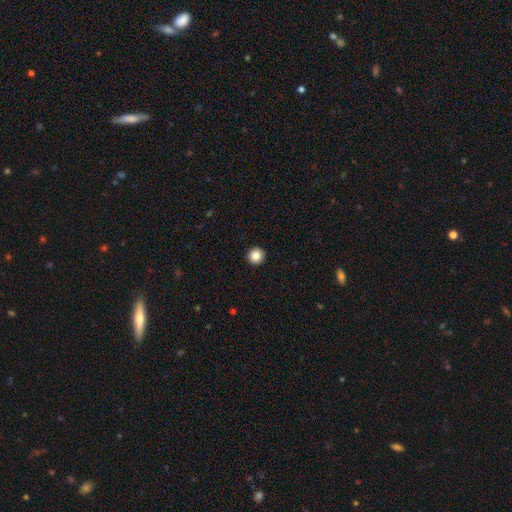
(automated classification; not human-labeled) smooth-or-featured: smooth: 85% | star or artifact: 10% | featured or disk: 5%
  how-rounded: round: 96% | in between: 3% | cigar-shaped: 1%
  merging: none: 94% | minor disturbance: 3% | major disturbance: 1% | merger: 1%